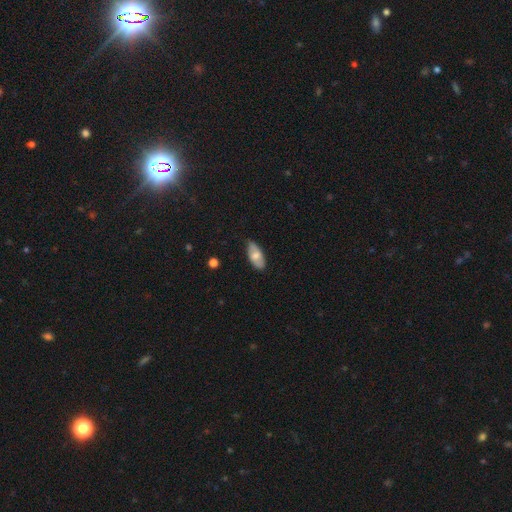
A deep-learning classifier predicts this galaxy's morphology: smooth 68%, featured or disk 26%, star or artifact 6%. Down the decision tree: how rounded — in between (90%); merging — none (76%).